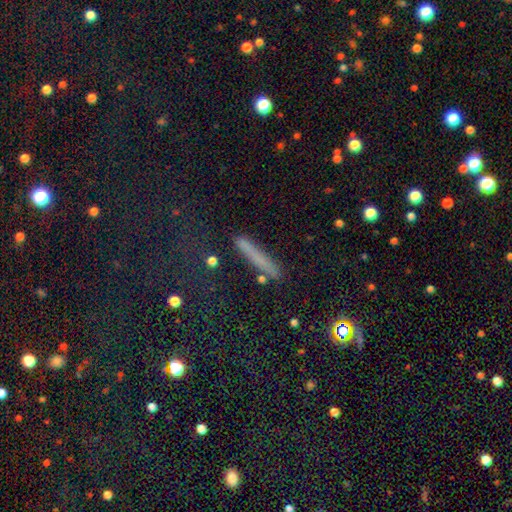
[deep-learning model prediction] The model was most divided on "smooth or featured": smooth: 64%, featured or disk: 18%, star or artifact: 18%. More confident: how rounded — cigar-shaped (92%); merging — none (81%).